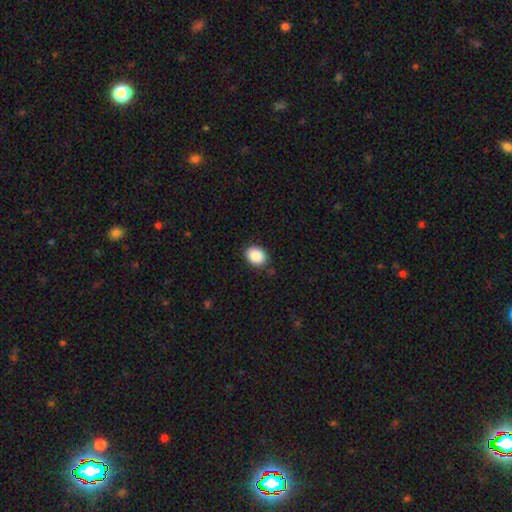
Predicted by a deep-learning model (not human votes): Smooth or featured?
  - smooth: 89% *
  - star or artifact: 8%
  - featured or disk: 3%
How rounded?
  - in between: 64% *
  - round: 35%
  - cigar-shaped: 1%
Merging?
  - none: 87% *
  - minor disturbance: 10%
  - major disturbance: 2%
  - merger: 1%